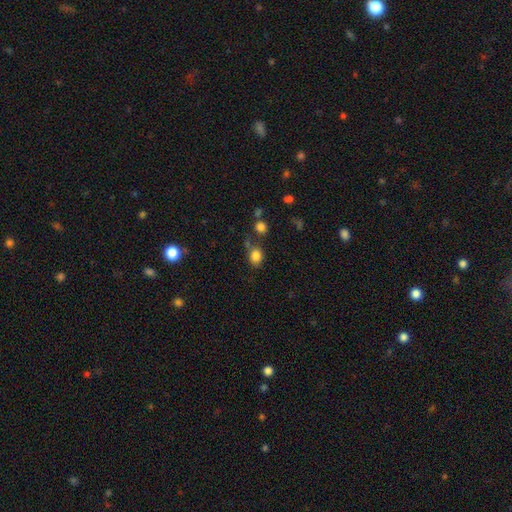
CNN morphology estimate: The model was most divided on "how rounded": round: 56%, in between: 43%, cigar-shaped: 1%. More confident: smooth or featured — smooth (83%); merging — none (63%).